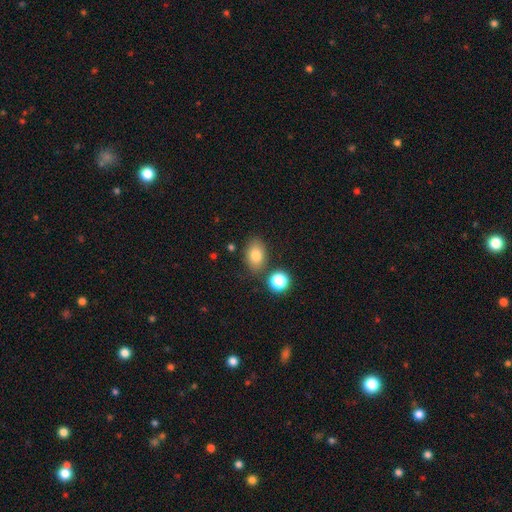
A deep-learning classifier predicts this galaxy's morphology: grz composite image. It shows a smooth galaxy with no disk features (80%) that is in between round and cigar-shaped (83%). Merging: none (76%).